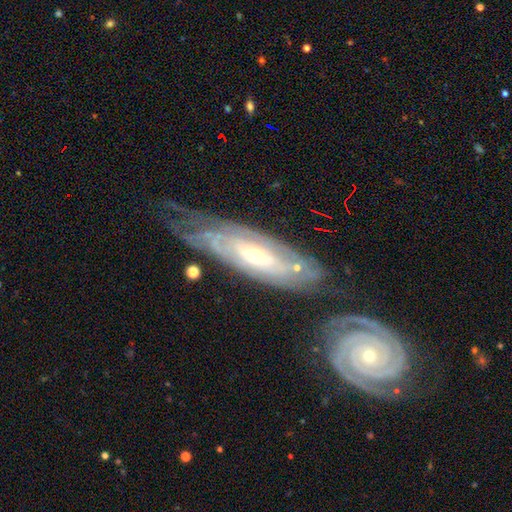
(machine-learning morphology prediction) featured or disk 84%, smooth 11%, star or artifact 6%. Down the decision tree: edge-on disk — no (85%); bar — no (61%); spiral arms — yes (92%); spiral arm count — can't tell (49%); spiral winding — tight (80%); bulge size — moderate (51%); merging — none (51%).